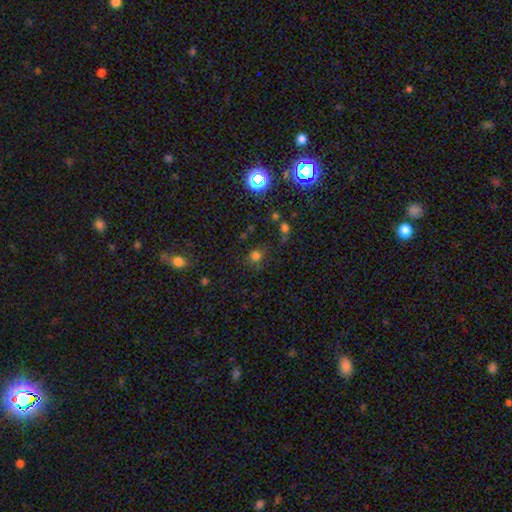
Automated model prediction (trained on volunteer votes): Smooth or featured?
  - smooth: 67% *
  - star or artifact: 26%
  - featured or disk: 7%
How rounded?
  - round: 83% *
  - in between: 16%
  - cigar-shaped: 1%
Merging?
  - none: 69% *
  - minor disturbance: 16%
  - major disturbance: 8%
  - merger: 7%